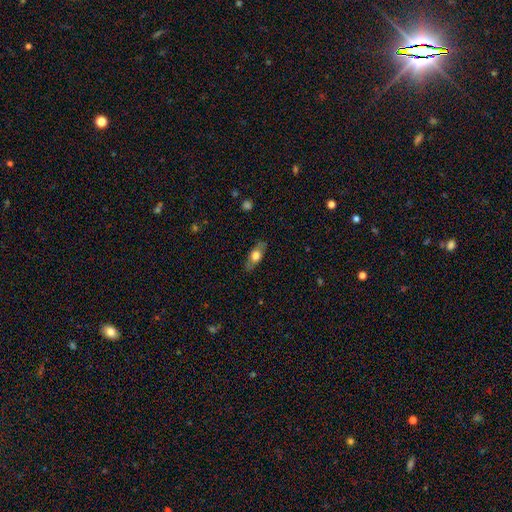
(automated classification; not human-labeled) The model was most divided on "smooth or featured": smooth: 58%, featured or disk: 36%, star or artifact: 7%. More confident: merging — none (82%); how rounded — in between (73%).